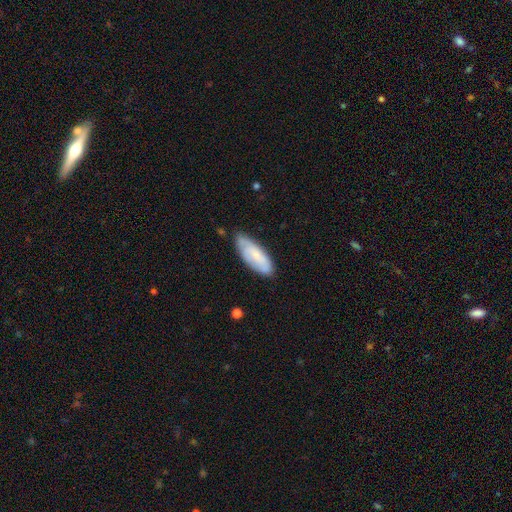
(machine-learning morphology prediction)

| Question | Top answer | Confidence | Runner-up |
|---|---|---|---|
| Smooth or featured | smooth | 58% | featured or disk (36%) |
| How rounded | in between | 69% | cigar-shaped (30%) |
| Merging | none | 68% | minor disturbance (25%) |